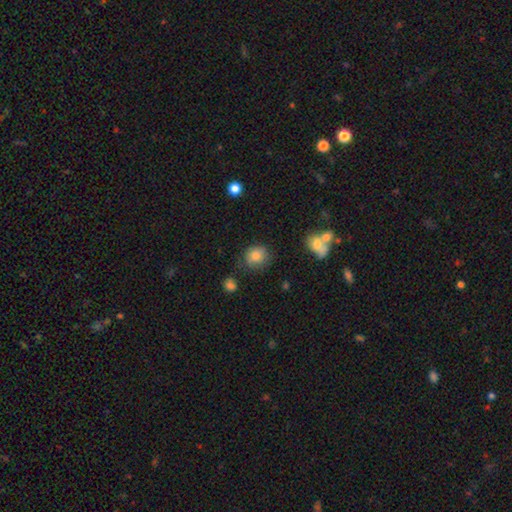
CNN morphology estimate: smooth 82%, star or artifact 10%, featured or disk 9%. Down the decision tree: how rounded — round (76%); merging — none (71%).